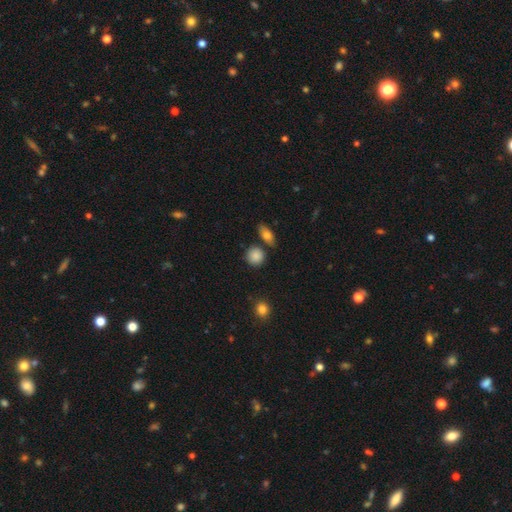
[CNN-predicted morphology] smooth-or-featured: smooth: 87% | star or artifact: 8% | featured or disk: 5%
  how-rounded: round: 87% | in between: 11% | cigar-shaped: 1%
  merging: none: 78% | minor disturbance: 11% | merger: 8% | major disturbance: 3%